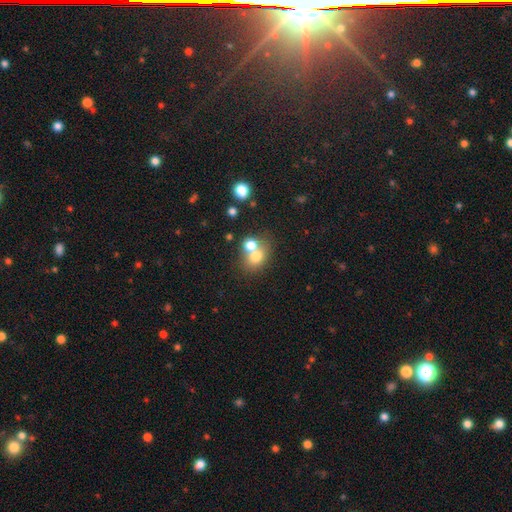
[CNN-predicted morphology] Smooth or featured?
  - smooth: 72% *
  - featured or disk: 16%
  - star or artifact: 12%
How rounded?
  - round: 59% *
  - in between: 40%
  - cigar-shaped: 1%
Merging?
  - merger: 53% *
  - none: 36%
  - minor disturbance: 7%
  - major disturbance: 3%